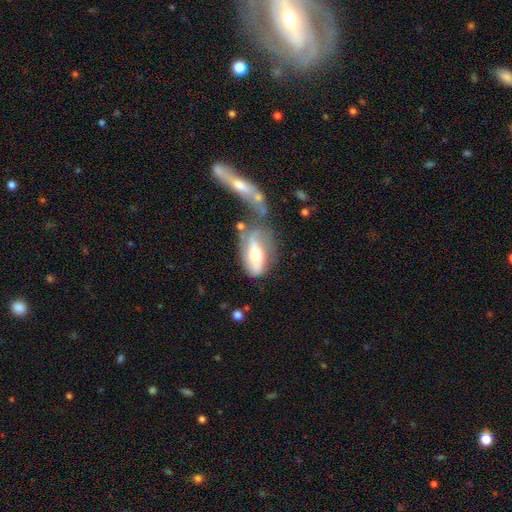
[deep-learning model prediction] A featured or disk galaxy (47%).

Vote fractions:
- Smooth or featured? featured or disk: 47% / smooth: 46% / star or artifact: 7%
- Merging? merger: 34% / major disturbance: 25% / none: 23% / minor disturbance: 18%